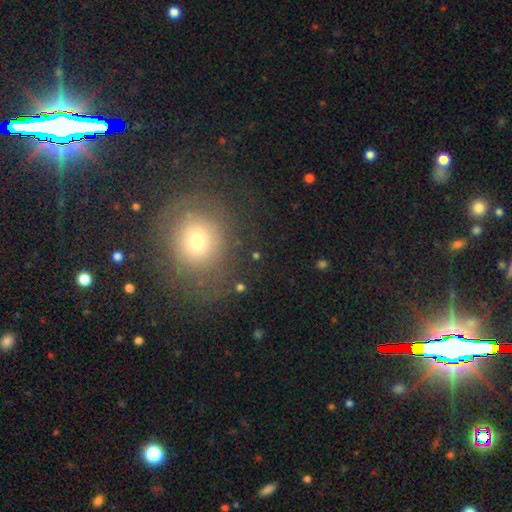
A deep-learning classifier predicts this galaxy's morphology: A smooth galaxy with no disk features (59%) that is round (79%).

Vote fractions:
- Smooth or featured? smooth: 59% / star or artifact: 21% / featured or disk: 19%
- How rounded? round: 79% / in between: 19% / cigar-shaped: 2%
- Merging? none: 75% / minor disturbance: 12% / major disturbance: 9% / merger: 4%